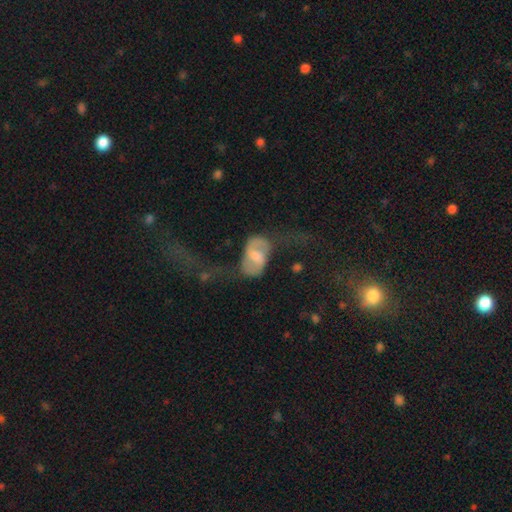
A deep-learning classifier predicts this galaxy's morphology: A featured or disk galaxy (59%) with a weak bar (47%), spiral arms (69%) and a moderate central bulge (50%). Merging: none (37%).